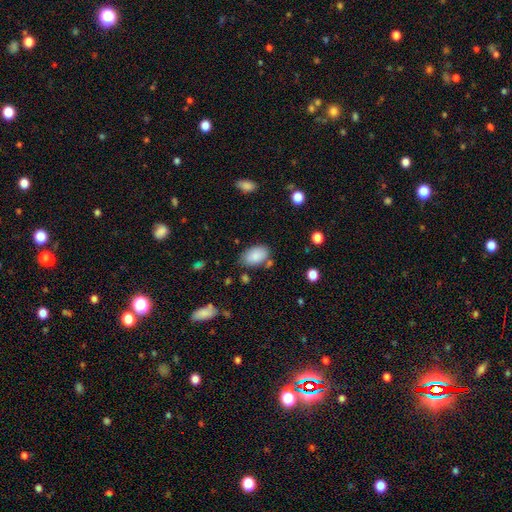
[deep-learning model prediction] Morphology: type=smooth (86%); roundness=in between (93%); merging=none (72%).